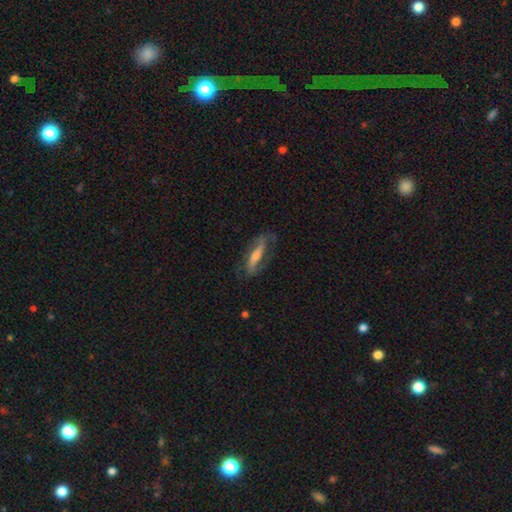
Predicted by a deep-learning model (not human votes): Q: Smooth or featured?
A: featured or disk (68%); runner-up: smooth (24%)
Q: Edge-on disk?
A: no (62%); runner-up: yes (38%)
Q: Merging?
A: none (71%); runner-up: minor disturbance (19%)